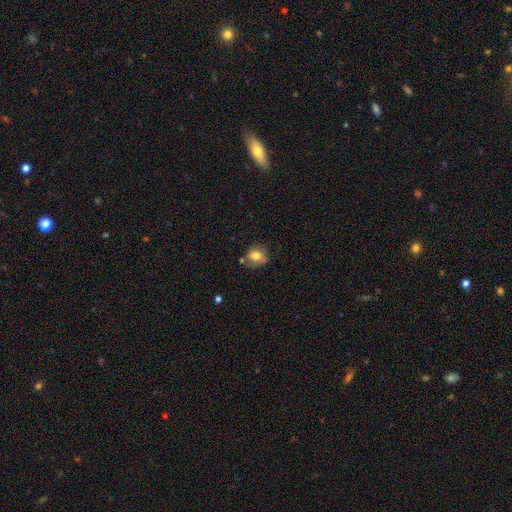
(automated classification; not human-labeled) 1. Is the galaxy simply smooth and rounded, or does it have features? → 74% smooth, 16% featured or disk, 10% star or artifact.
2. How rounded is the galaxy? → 68% round, 31% in between, 1% cigar-shaped.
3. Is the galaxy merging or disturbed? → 60% none, 24% minor disturbance, 9% merger, 7% major disturbance.